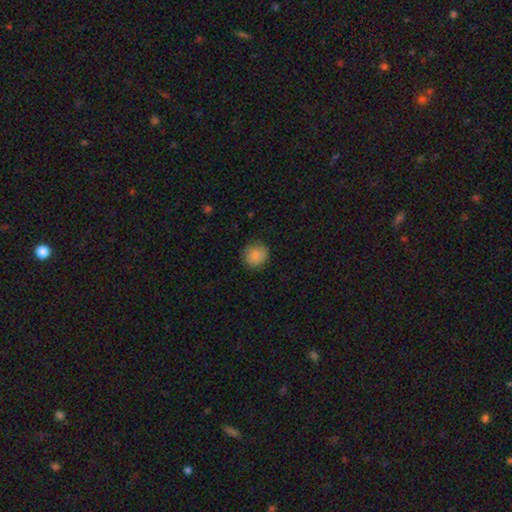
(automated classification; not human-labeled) smooth_or_featured: smooth (p=0.86) [alt: star or artifact p=0.08]
how_rounded: round (p=0.89) [alt: in between p=0.10]
merging: none (p=0.83) [alt: minor disturbance p=0.13]